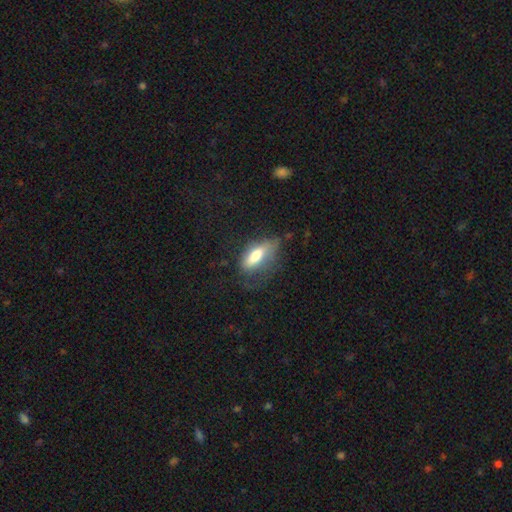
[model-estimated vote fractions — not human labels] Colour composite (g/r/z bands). It shows a smooth galaxy with no disk features (69%) that is in between round and cigar-shaped (71%). Merging: none (47%).